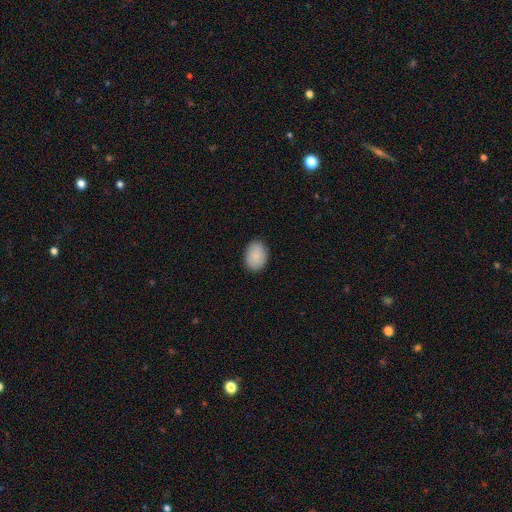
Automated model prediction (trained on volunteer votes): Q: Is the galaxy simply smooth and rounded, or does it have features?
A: smooth — 89%.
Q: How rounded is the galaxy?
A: in between — 75%.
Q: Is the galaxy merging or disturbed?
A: none — 88%.